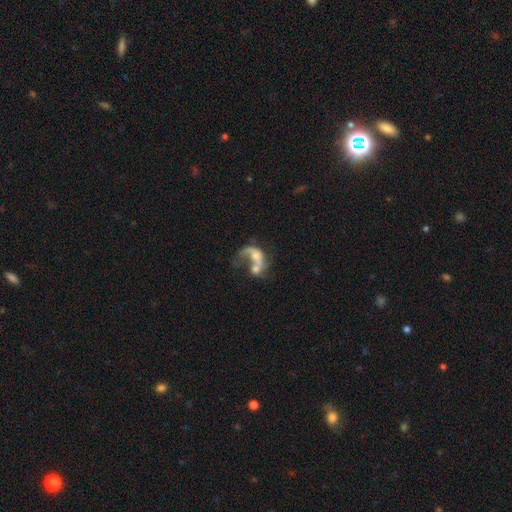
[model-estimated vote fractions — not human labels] smooth-or-featured: featured or disk: 60% | smooth: 30% | star or artifact: 10%
  disk-edge-on: no: 97% | yes: 3%
    bar: no: 73% | weak: 21% | strong: 6%
    has-spiral-arms: yes: 53% | no: 47%
    bulge-size: moderate: 40% | small: 28% | none: 20% | large: 9% | dominant: 3%
  merging: merger: 52% | major disturbance: 28% | none: 13% | minor disturbance: 7%